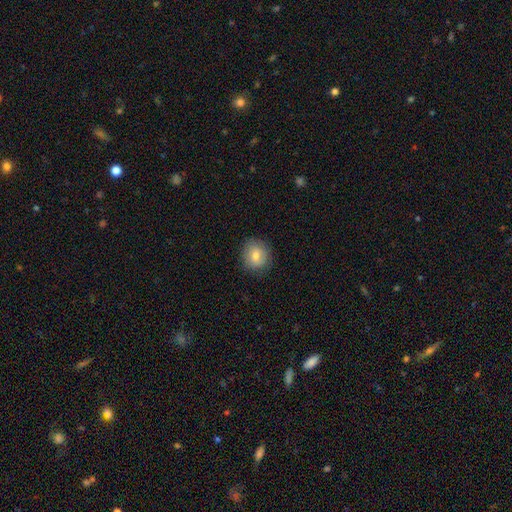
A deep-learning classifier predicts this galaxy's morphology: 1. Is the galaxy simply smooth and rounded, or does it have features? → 76% smooth, 15% featured or disk, 9% star or artifact.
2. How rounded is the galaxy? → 83% round, 16% in between, 1% cigar-shaped.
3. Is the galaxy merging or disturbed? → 86% none, 10% minor disturbance, 3% major disturbance, 1% merger.